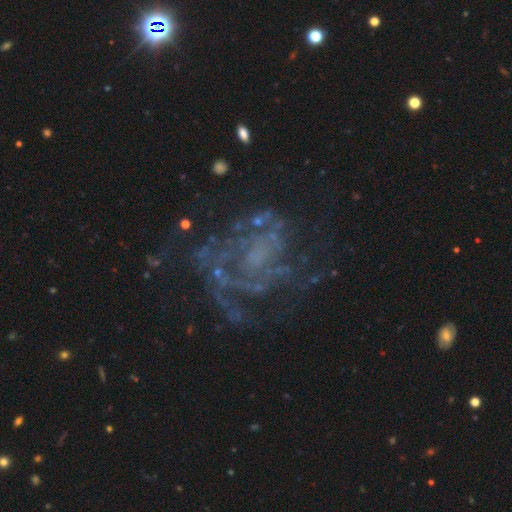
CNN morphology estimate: Smooth or featured?
  - featured or disk: 76% *
  - star or artifact: 16%
  - smooth: 8%
Edge-on disk?
  - no: 98% *
  - yes: 2%
Bar?
  - no: 66% *
  - weak: 26%
  - strong: 8%
Spiral arms?
  - yes: 81% *
  - no: 19%
Spiral winding?
  - medium: 41% *
  - tight: 38%
  - loose: 22%
Spiral arm count?
  - can't tell: 40% *
  - 2: 20%
  - 3: 17%
  - 4: 9%
  - 1: 8%
  - more than 4: 7%
Bulge size?
  - none: 50% *
  - small: 33%
  - moderate: 13%
  - large: 2%
  - dominant: 1%
Merging?
  - none: 52% *
  - major disturbance: 28%
  - minor disturbance: 17%
  - merger: 4%